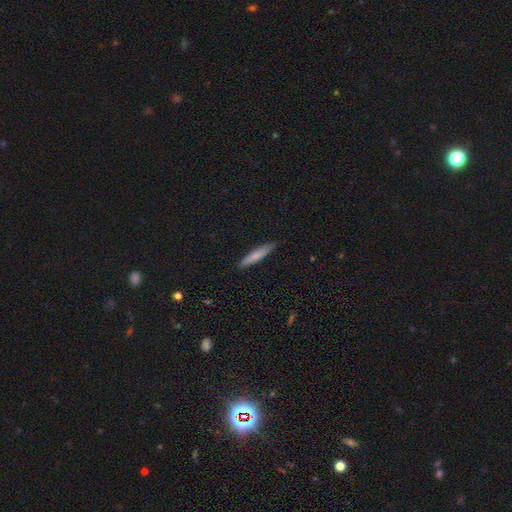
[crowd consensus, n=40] smooth 78%, featured or disk 20%, star or artifact 2%. Down the decision tree: how rounded — cigar-shaped (87%); merging — none (90%).